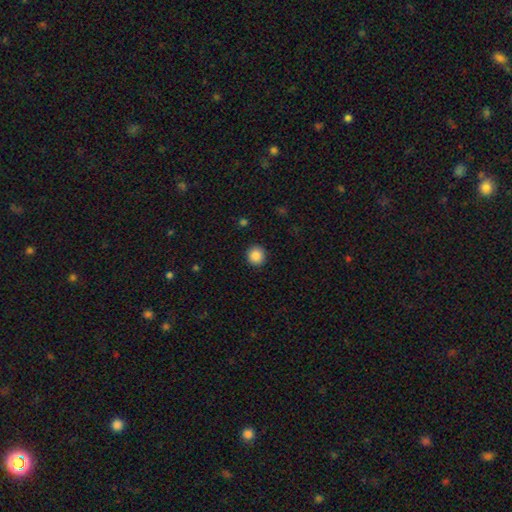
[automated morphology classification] The model was most divided on "smooth or featured": smooth: 88%, star or artifact: 9%, featured or disk: 3%. More confident: merging — none (92%); how rounded — round (91%).